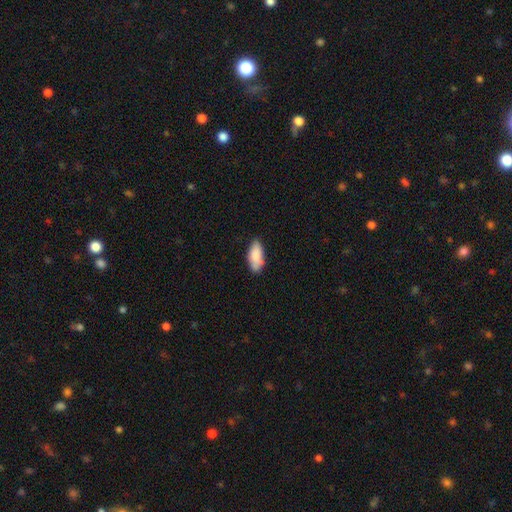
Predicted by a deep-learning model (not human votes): Morphology: type=smooth (85%); roundness=in between (88%); merging=none (68%).